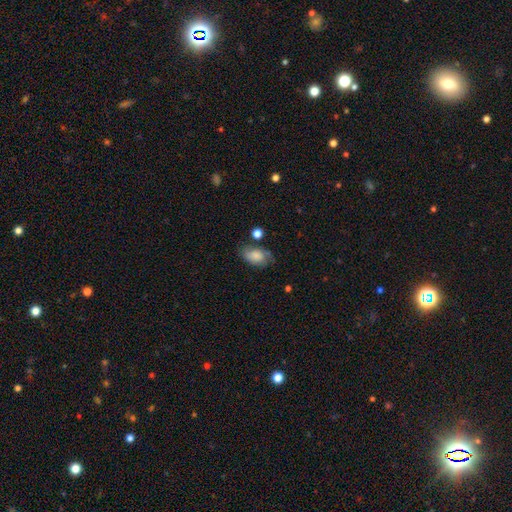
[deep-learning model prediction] smooth-or-featured: smooth: 68% | featured or disk: 23% | star or artifact: 9%
  how-rounded: in between: 87% | round: 11% | cigar-shaped: 2%
  merging: none: 54% | minor disturbance: 28% | major disturbance: 12% | merger: 6%